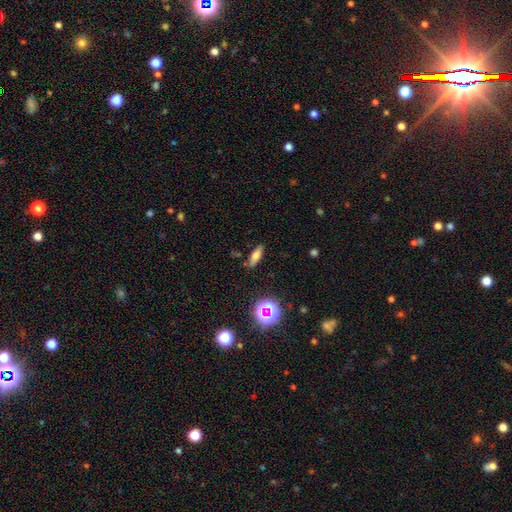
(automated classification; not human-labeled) smooth_or_featured: smooth (p=0.66) [alt: featured or disk p=0.20]
how_rounded: in between (p=0.52) [alt: cigar-shaped p=0.43]
merging: none (p=0.83) [alt: minor disturbance p=0.11]